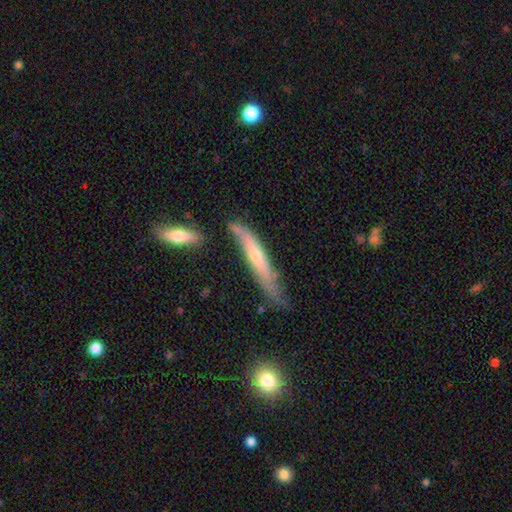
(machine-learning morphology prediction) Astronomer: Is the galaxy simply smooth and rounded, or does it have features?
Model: featured or disk — 55% (runner-up: smooth, 38%).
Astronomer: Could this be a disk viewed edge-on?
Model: yes — 80%.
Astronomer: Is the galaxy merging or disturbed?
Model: none — 53% (runner-up: minor disturbance, 31%).